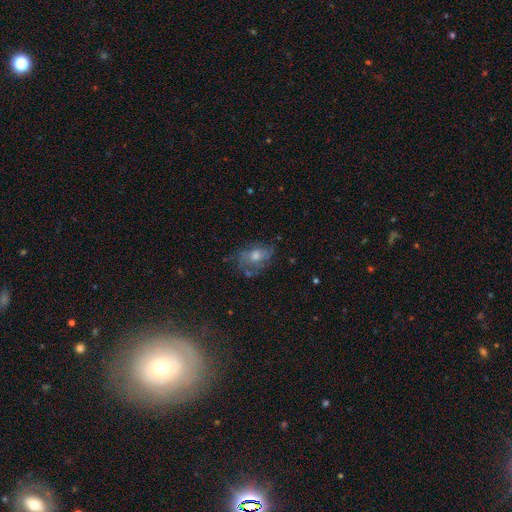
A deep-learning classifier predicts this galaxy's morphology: Q: Smooth or featured?
A: featured or disk (51%); runner-up: smooth (31%)
Q: Edge-on disk?
A: no (93%); runner-up: yes (7%)
Q: Merging?
A: none (58%); runner-up: minor disturbance (23%)